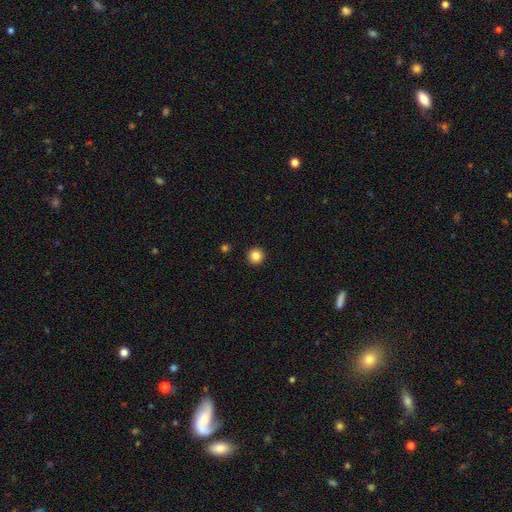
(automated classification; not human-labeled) Q: Smooth or featured?
A: smooth (85%); runner-up: star or artifact (10%)
Q: How rounded?
A: round (96%); runner-up: in between (3%)
Q: Merging?
A: none (94%); runner-up: minor disturbance (4%)